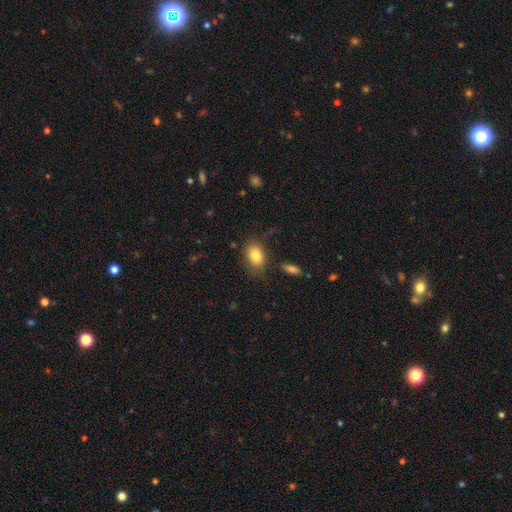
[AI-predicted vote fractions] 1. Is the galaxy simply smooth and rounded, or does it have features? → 81% smooth, 10% featured or disk, 9% star or artifact.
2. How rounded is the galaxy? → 81% in between, 17% round, 1% cigar-shaped.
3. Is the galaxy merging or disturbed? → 76% none, 15% minor disturbance, 5% major disturbance, 4% merger.